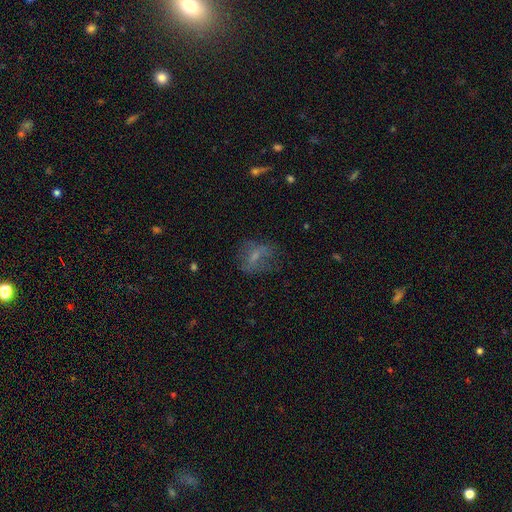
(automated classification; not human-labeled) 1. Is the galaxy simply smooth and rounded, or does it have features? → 48% smooth, 37% featured or disk, 15% star or artifact.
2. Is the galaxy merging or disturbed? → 51% none, 24% major disturbance, 22% minor disturbance, 3% merger.